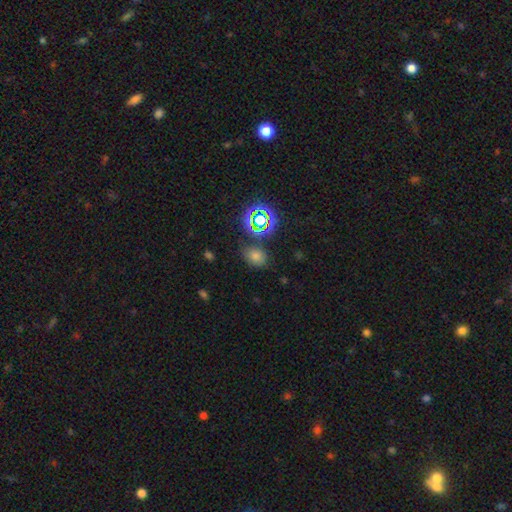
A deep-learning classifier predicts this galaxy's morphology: This appears to be a smooth galaxy with no disk features (60%) that is in between round and cigar-shaped (56%). Merging: none (78%).